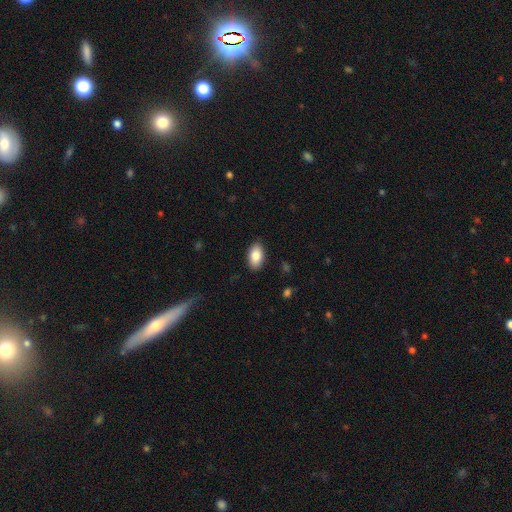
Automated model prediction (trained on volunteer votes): Smooth or featured? smooth (85%)
How rounded? in between (94%)
Merging? none (88%)